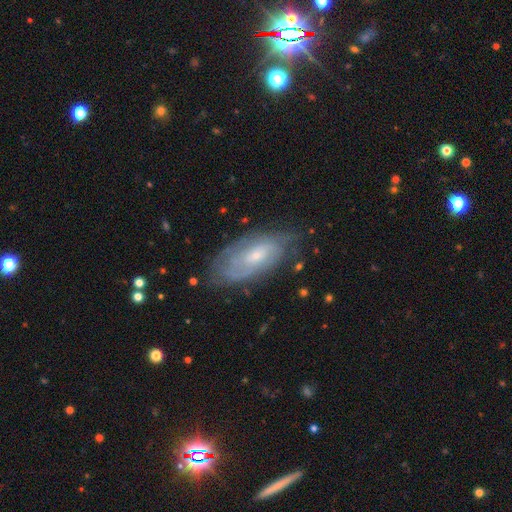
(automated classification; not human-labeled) Smooth or featured?
  - featured or disk: 70% *
  - smooth: 23%
  - star or artifact: 7%
Edge-on disk?
  - no: 91% *
  - yes: 9%
Bar?
  - no: 63% *
  - weak: 32%
  - strong: 6%
Spiral arms?
  - yes: 86% *
  - no: 14%
Spiral winding?
  - tight: 62% *
  - medium: 29%
  - loose: 9%
Spiral arm count?
  - can't tell: 52% *
  - 2: 27%
  - 3: 9%
  - 4: 5%
  - 1: 4%
  - more than 4: 3%
Bulge size?
  - small: 69% *
  - moderate: 26%
  - none: 2%
  - large: 1%
  - dominant: 1%
Merging?
  - none: 72% *
  - minor disturbance: 20%
  - major disturbance: 6%
  - merger: 2%